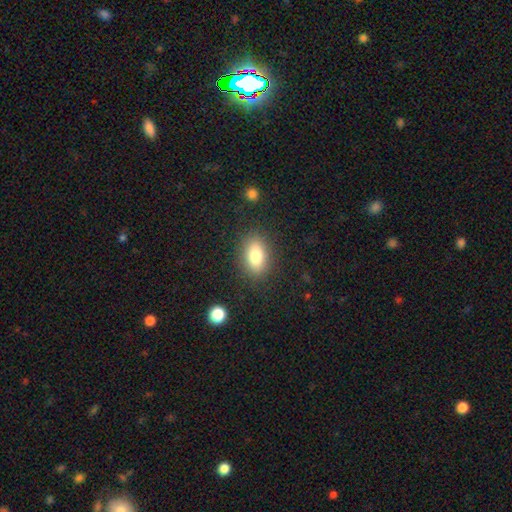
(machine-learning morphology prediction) This appears to be a smooth galaxy with no disk features (82%) that is in between round and cigar-shaped (87%). Merging: none (85%).